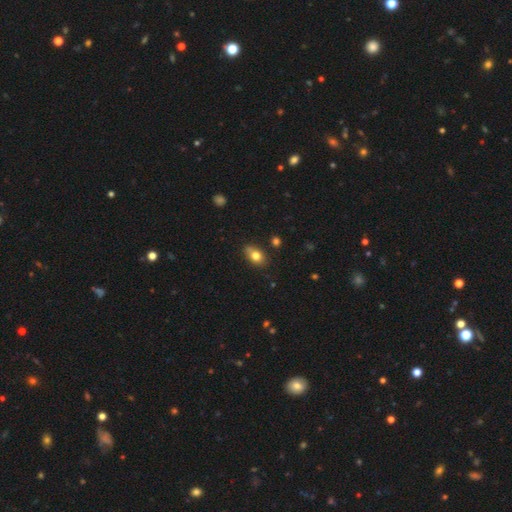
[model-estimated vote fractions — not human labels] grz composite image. It shows a smooth galaxy with no disk features (78%) that is in between round and cigar-shaped (75%). Merging: none (68%).